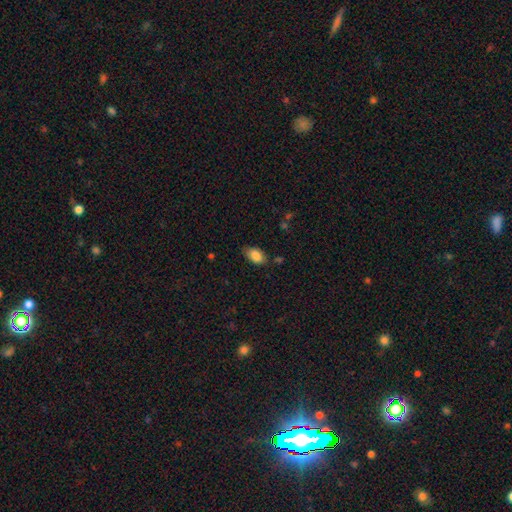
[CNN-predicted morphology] A smooth galaxy with no disk features (86%) that is in between round and cigar-shaped (92%).

Vote fractions:
- Smooth or featured? smooth: 86% / star or artifact: 7% / featured or disk: 7%
- How rounded? in between: 92% / round: 6% / cigar-shaped: 2%
- Merging? none: 73% / minor disturbance: 21% / major disturbance: 4% / merger: 3%